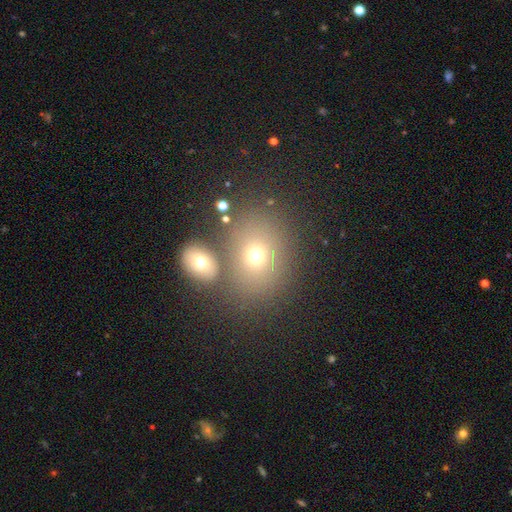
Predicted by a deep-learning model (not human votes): Smooth or featured? Predicted: smooth (p=0.68). How rounded? Predicted: round (p=0.52). Merging? Predicted: none (p=0.64).